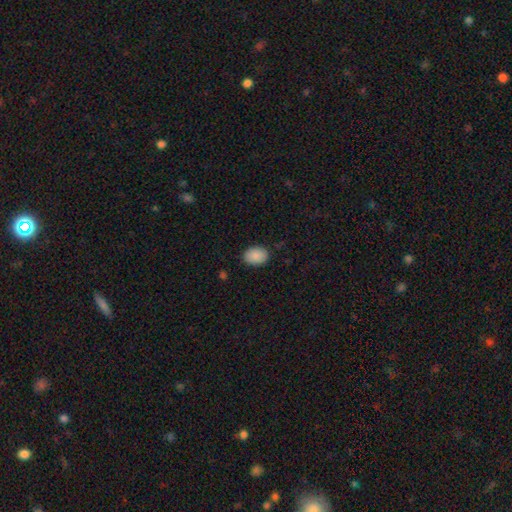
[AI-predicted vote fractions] This is clearly a smooth galaxy (89%). How rounded: likely in between (73%). Merging: clearly none (87%).